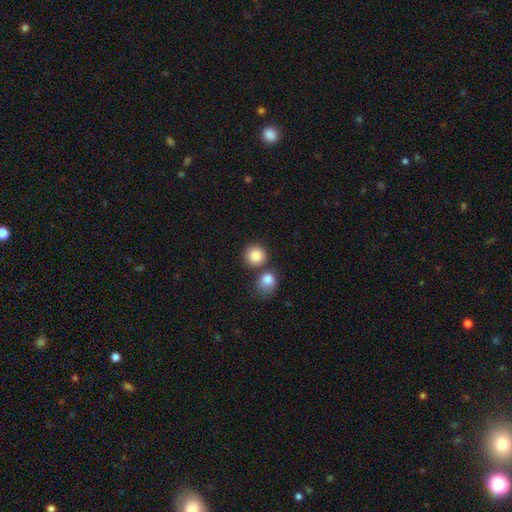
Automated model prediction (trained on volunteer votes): This appears to be a smooth galaxy with no disk features (85%) that is round (90%). Merging: none (67%).